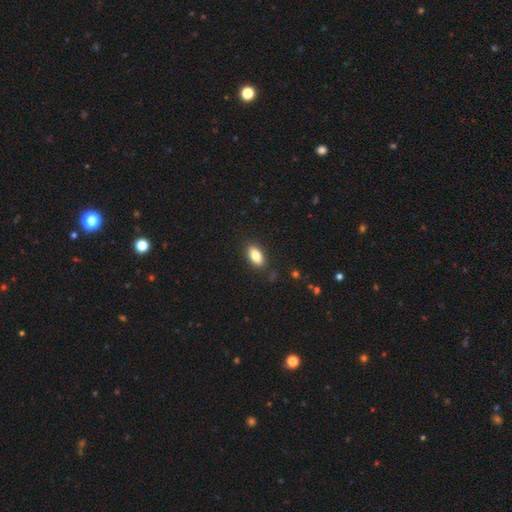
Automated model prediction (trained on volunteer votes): A smooth galaxy with no disk features (83%) that is in between round and cigar-shaped (90%).

Vote fractions:
- Smooth or featured? smooth: 83% / featured or disk: 10% / star or artifact: 8%
- How rounded? in between: 90% / cigar-shaped: 6% / round: 5%
- Merging? none: 86% / minor disturbance: 10% / major disturbance: 3% / merger: 1%